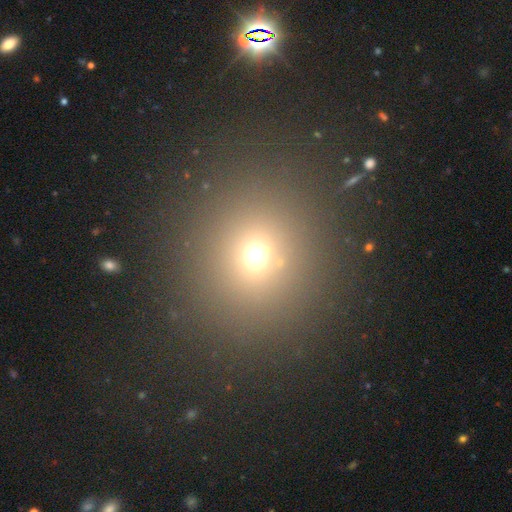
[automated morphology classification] Overall: smooth (66%). How rounded: round (86%). Merging: none (83%).